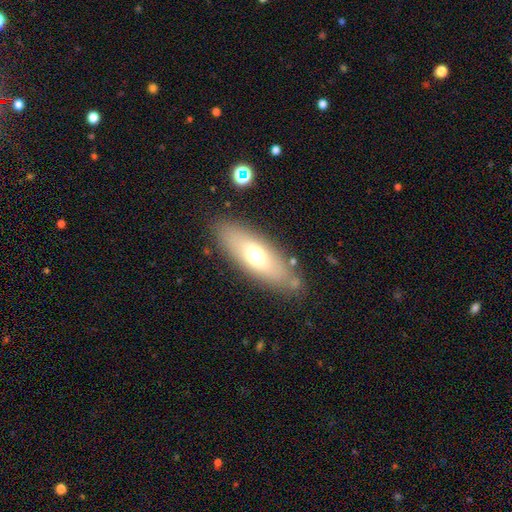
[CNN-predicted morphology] smooth-or-featured: smooth: 61% | featured or disk: 31% | star or artifact: 8%
  how-rounded: in between: 63% | cigar-shaped: 34% | round: 3%
  merging: none: 82% | minor disturbance: 11% | major disturbance: 3% | merger: 3%